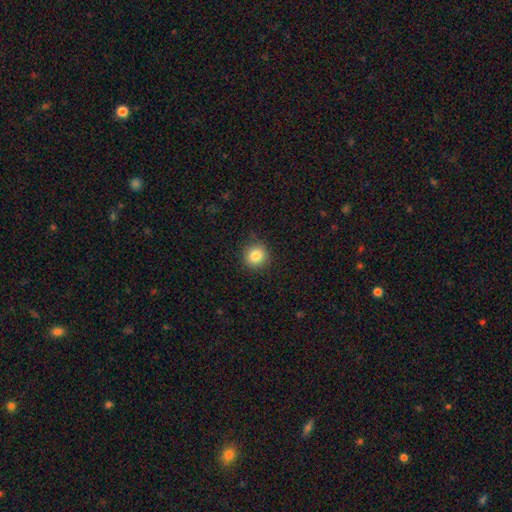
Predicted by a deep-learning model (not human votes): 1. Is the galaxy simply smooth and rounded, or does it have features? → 84% smooth, 10% star or artifact, 6% featured or disk.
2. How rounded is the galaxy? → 91% round, 8% in between, 1% cigar-shaped.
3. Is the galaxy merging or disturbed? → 90% none, 7% minor disturbance, 2% major disturbance, 1% merger.